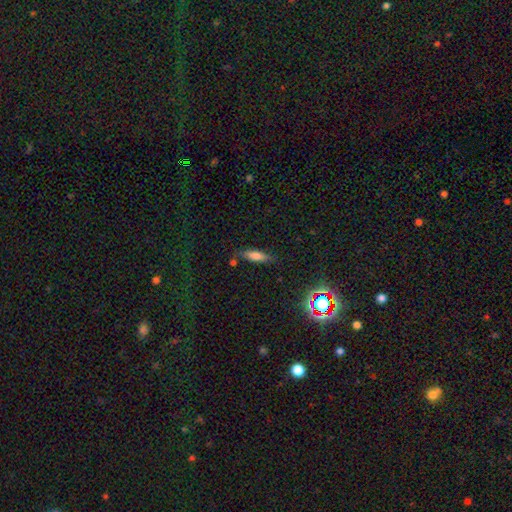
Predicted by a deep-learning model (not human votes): Smooth or featured: smooth — 70% (featured or disk — 18%)
How rounded: cigar-shaped — 51% (in between — 46%)
Merging: none — 73% (minor disturbance — 18%)